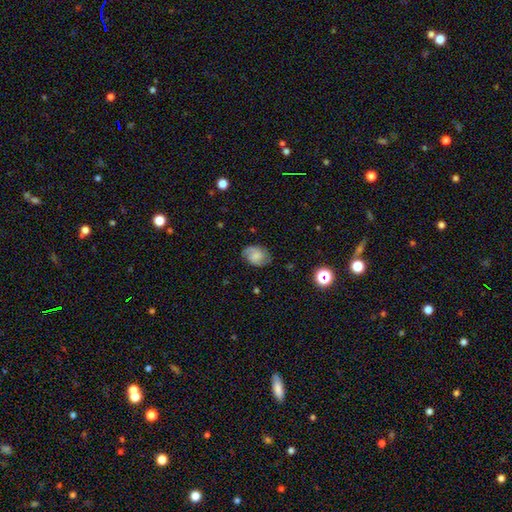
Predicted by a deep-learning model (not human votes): Smooth or featured? Predicted: smooth (p=0.47). Merging? Predicted: none (p=0.75).